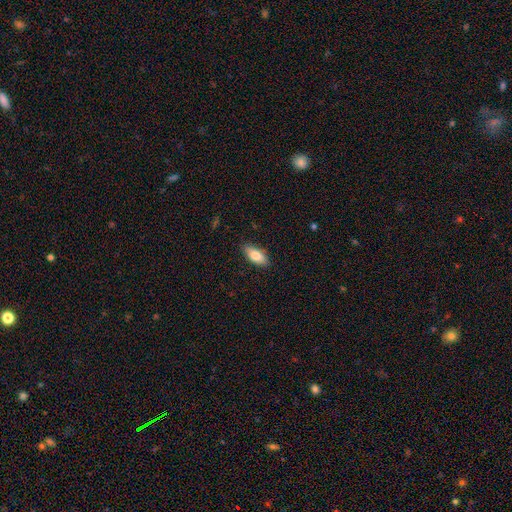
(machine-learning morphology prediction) Smooth or featured? Predicted: smooth (p=0.79). How rounded? Predicted: in between (p=0.84). Merging? Predicted: none (p=0.85).